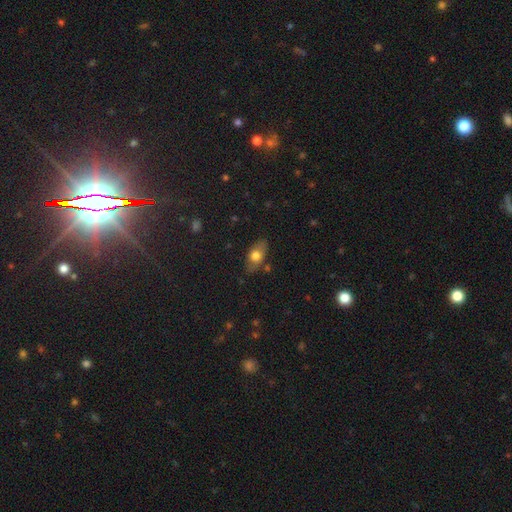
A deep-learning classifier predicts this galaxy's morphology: This is likely a smooth galaxy (66%). How rounded: clearly in between (84%). Merging: likely none (78%).